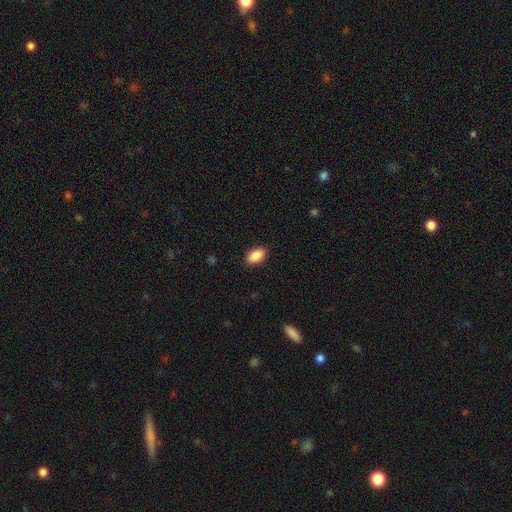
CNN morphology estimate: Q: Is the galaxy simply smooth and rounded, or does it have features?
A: smooth — 89%.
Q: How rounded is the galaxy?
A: in between — 92%.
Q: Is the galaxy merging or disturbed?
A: none — 89%.